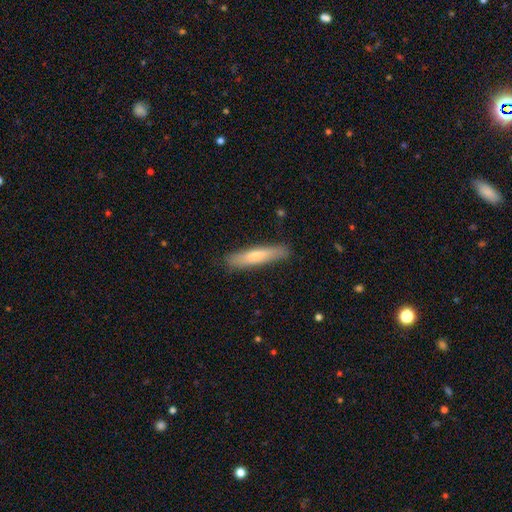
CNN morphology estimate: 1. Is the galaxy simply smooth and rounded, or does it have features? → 63% smooth, 31% featured or disk, 6% star or artifact.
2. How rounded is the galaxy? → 86% cigar-shaped, 13% in between, 1% round.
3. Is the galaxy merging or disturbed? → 87% none, 10% minor disturbance, 2% major disturbance, 1% merger.